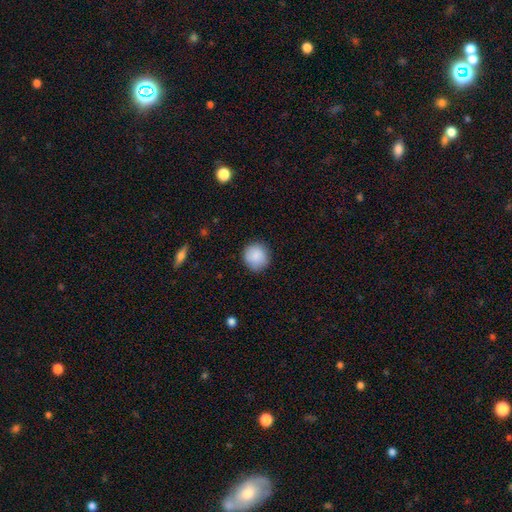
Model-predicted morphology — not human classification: This is clearly a smooth galaxy (89%). How rounded: clearly round (93%). Merging: clearly none (89%).